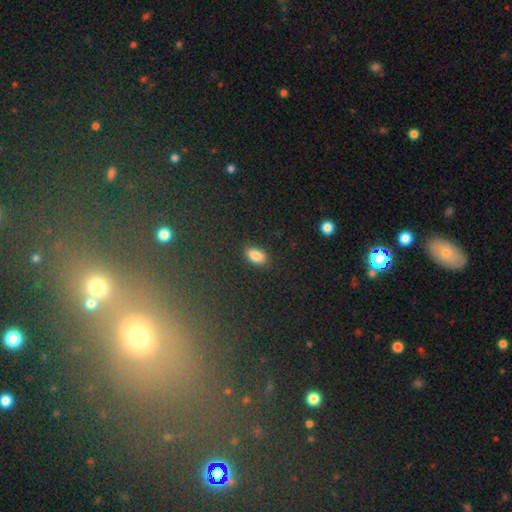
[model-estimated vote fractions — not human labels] Smooth or featured? smooth (85%)
How rounded? in between (91%)
Merging? none (87%)